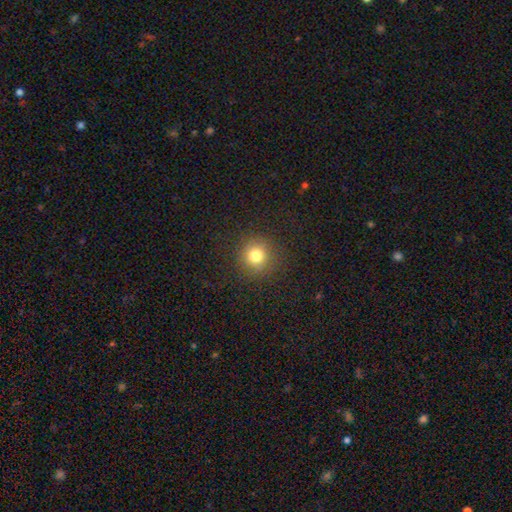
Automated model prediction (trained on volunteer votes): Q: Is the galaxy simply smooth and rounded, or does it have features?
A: smooth — 78%.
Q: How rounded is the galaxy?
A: round — 93%.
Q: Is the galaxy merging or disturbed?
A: none — 88%.